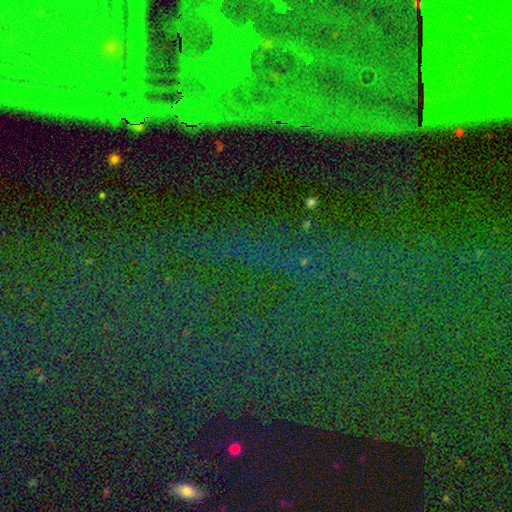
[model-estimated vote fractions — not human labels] A star or artifact, not a galaxy (78%).

Vote fractions:
- Smooth or featured? star or artifact: 78% / featured or disk: 12% / smooth: 10%